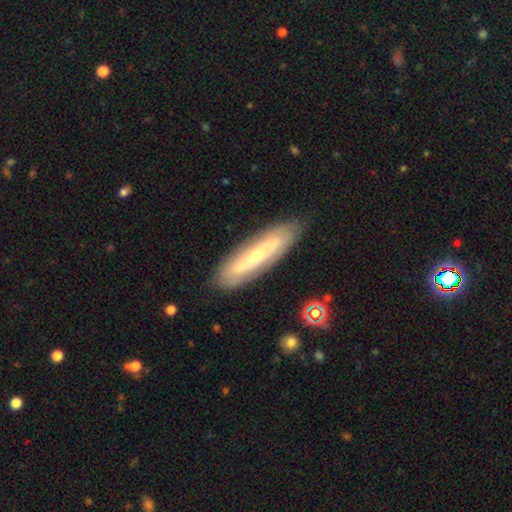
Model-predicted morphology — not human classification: Smooth or featured? featured or disk (54%)
Edge-on disk? no (56%)
Merging? none (83%)